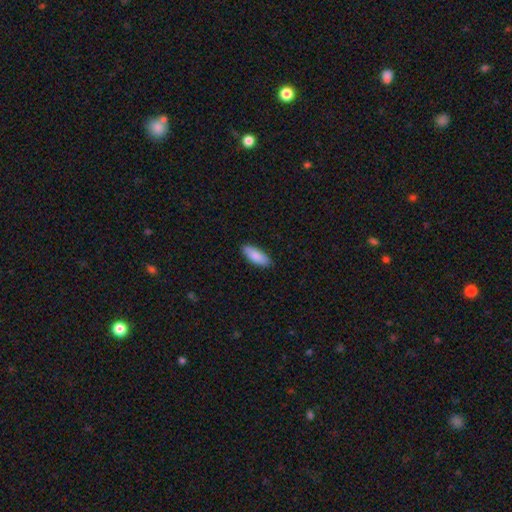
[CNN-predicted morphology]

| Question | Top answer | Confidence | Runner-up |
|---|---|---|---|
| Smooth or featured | smooth | 88% | featured or disk (7%) |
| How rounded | in between | 73% | cigar-shaped (25%) |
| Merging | none | 89% | minor disturbance (9%) |